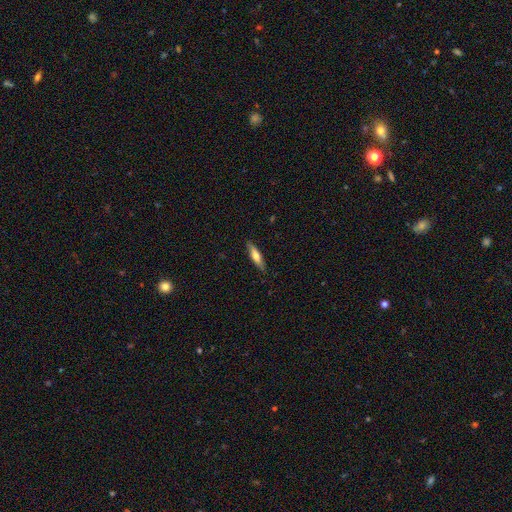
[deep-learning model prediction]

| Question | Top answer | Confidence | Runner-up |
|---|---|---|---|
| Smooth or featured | smooth | 60% | featured or disk (35%) |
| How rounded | cigar-shaped | 78% | in between (21%) |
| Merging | none | 88% | minor disturbance (9%) |